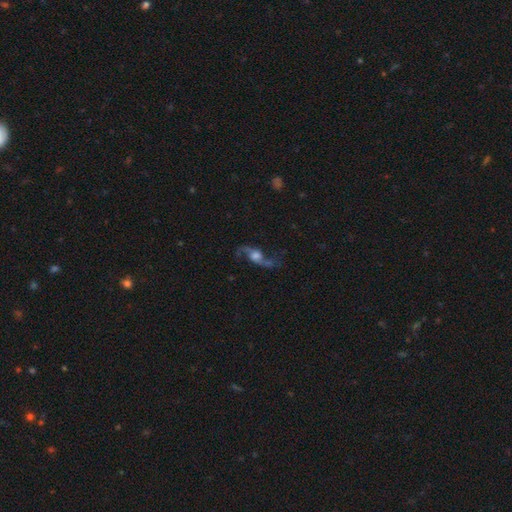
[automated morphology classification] A featured or disk galaxy (82%) with no bar (61%), 2 (93%) loose (85%) spiral arms (95%) and a moderate central bulge (37%).

Vote fractions:
- Smooth or featured? featured or disk: 82% / smooth: 10% / star or artifact: 8%
- Edge-on disk? no: 89% / yes: 11%
- Bar? no: 61% / weak: 30% / strong: 9%
- Spiral arms? yes: 95% / no: 5%
- Spiral winding? loose: 85% / medium: 12% / tight: 3%
- Spiral arm count? 2: 93% / 1: 2% / can't tell: 2% / 3: 1% / 4: 1% / more than 4: 1%
- Bulge size? moderate: 37% / large: 35% / small: 15% / none: 7% / dominant: 6%
- Merging? none: 70% / minor disturbance: 15% / major disturbance: 12% / merger: 3%